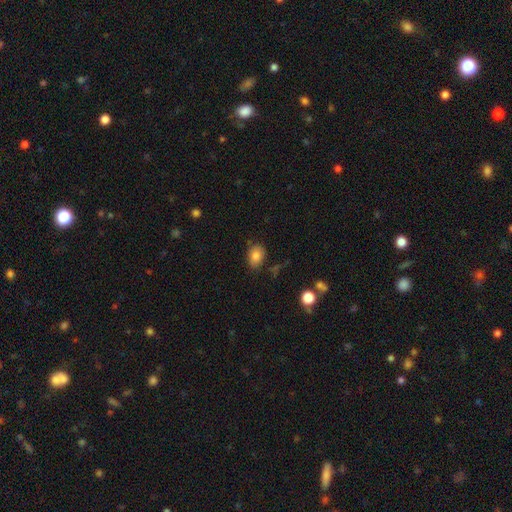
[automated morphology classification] smooth 83%, star or artifact 10%, featured or disk 7%. Down the decision tree: how rounded — in between (74%); merging — none (78%).